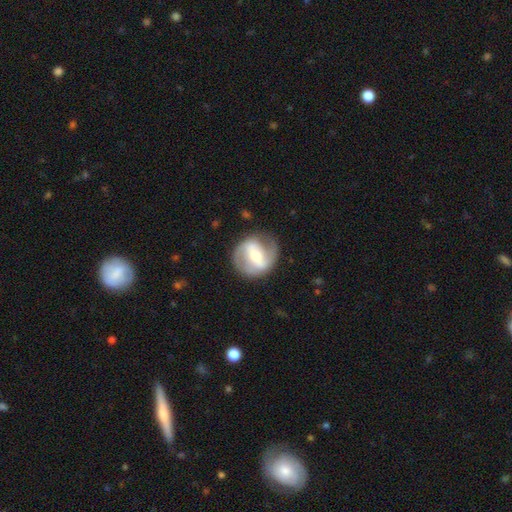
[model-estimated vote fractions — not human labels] A featured or disk galaxy (78%) with a strong bar (55%), 2 (87%) medium (45%) spiral arms (84%) and a moderate central bulge (59%). Merging: none (78%).